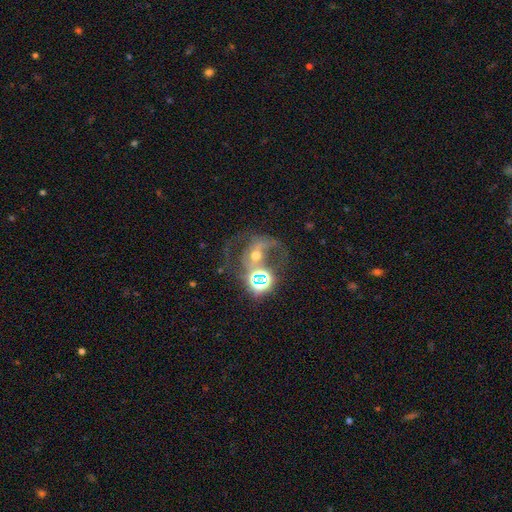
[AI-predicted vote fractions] Morphology: type=featured or disk (63%); edge-on=no (96%); bar=no (40%); spiral arms=yes (82%); bulge=moderate (58%); merging=none (37%).